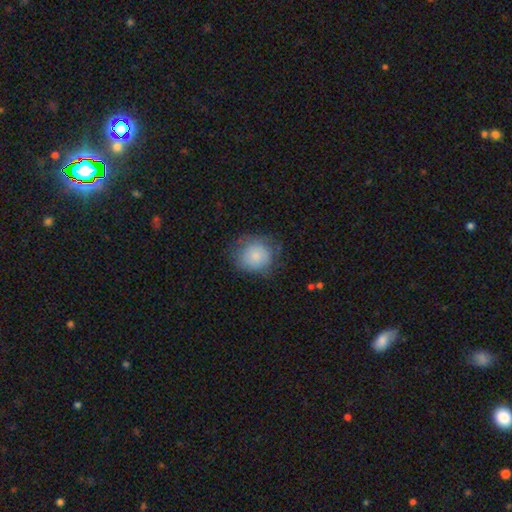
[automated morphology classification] Overall: smooth (80%). How rounded: round (79%). Merging: none (66%).